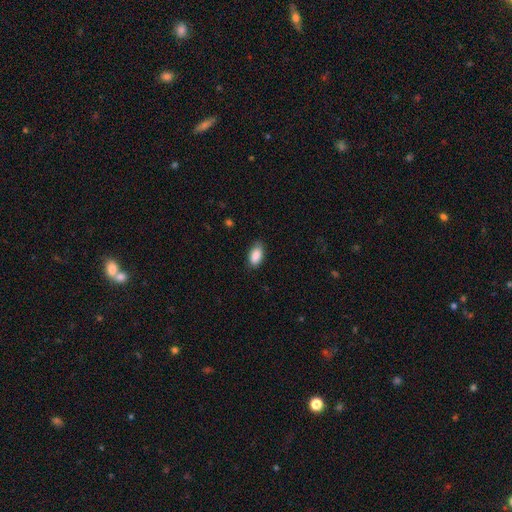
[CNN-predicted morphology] smooth 89%, star or artifact 7%, featured or disk 5%. Down the decision tree: how rounded — in between (92%); merging — none (80%).